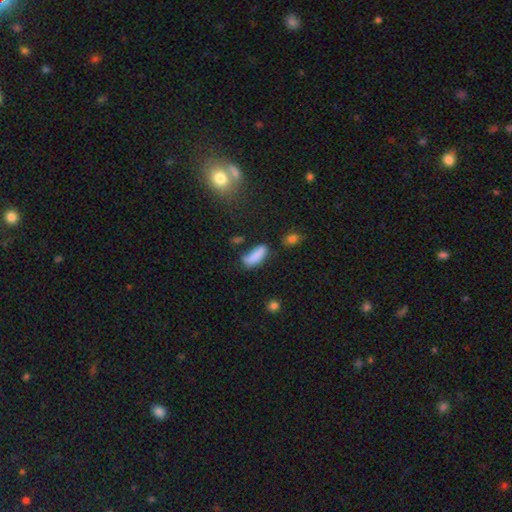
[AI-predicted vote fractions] This is clearly a smooth galaxy (82%). How rounded: possibly in between (55%). Merging: possibly none (52%).